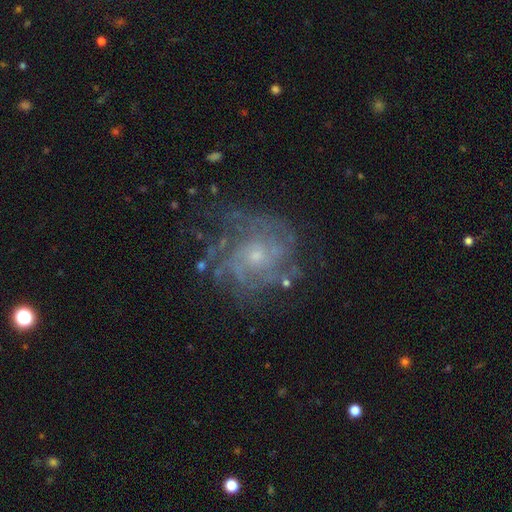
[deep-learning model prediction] A featured or disk galaxy (79%) with no bar (81%), tight (54%) spiral arms (87%) and a small central bulge (70%). Merging: none (66%).